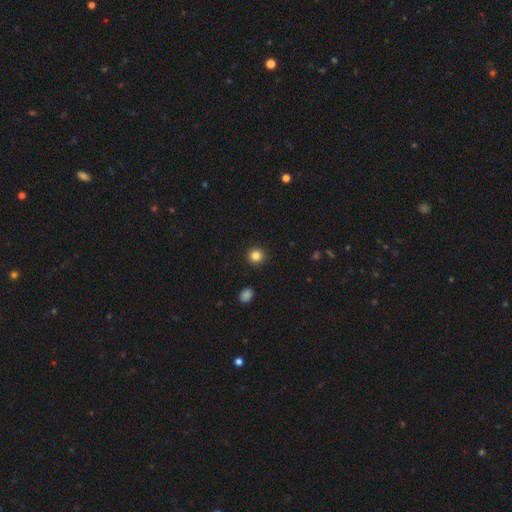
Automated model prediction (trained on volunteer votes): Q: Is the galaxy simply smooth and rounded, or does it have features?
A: smooth — 85%.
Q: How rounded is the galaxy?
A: round — 91%.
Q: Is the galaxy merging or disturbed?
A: none — 92%.